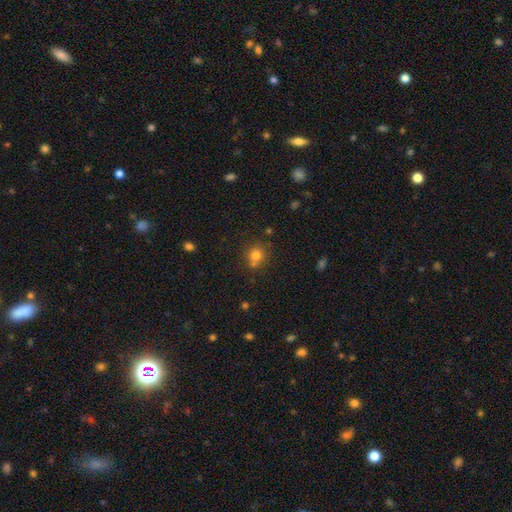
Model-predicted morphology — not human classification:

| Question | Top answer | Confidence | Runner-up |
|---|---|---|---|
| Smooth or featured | smooth | 76% | star or artifact (15%) |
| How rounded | round | 84% | in between (15%) |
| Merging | none | 65% | merger (19%) |